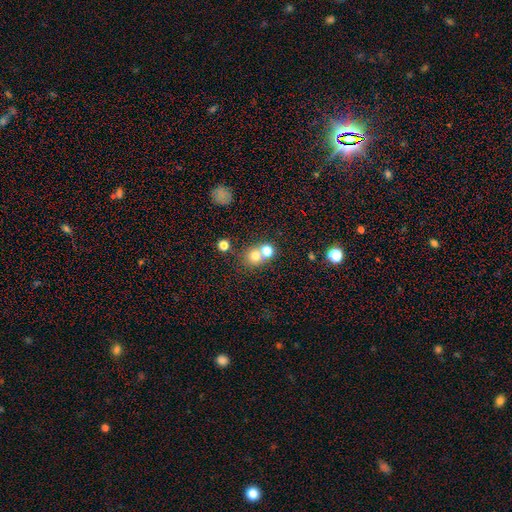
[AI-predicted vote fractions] smooth-or-featured: smooth: 72% | star or artifact: 16% | featured or disk: 12%
  how-rounded: round: 82% | in between: 17% | cigar-shaped: 1%
  merging: none: 50% | merger: 40% | minor disturbance: 7% | major disturbance: 3%